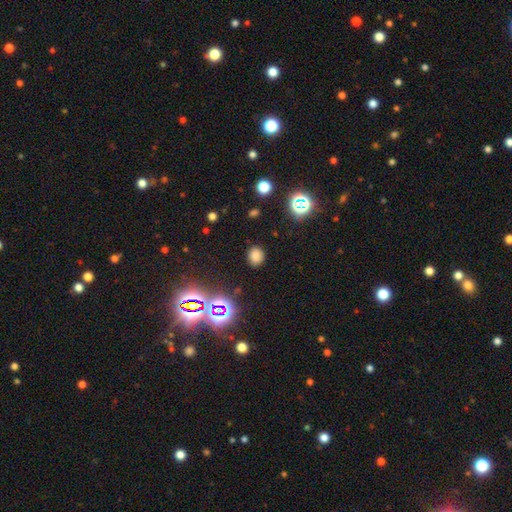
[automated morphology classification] Smooth or featured?
  - smooth: 74% *
  - star or artifact: 20%
  - featured or disk: 6%
How rounded?
  - round: 61% *
  - in between: 38%
  - cigar-shaped: 1%
Merging?
  - none: 85% *
  - minor disturbance: 10%
  - major disturbance: 3%
  - merger: 1%